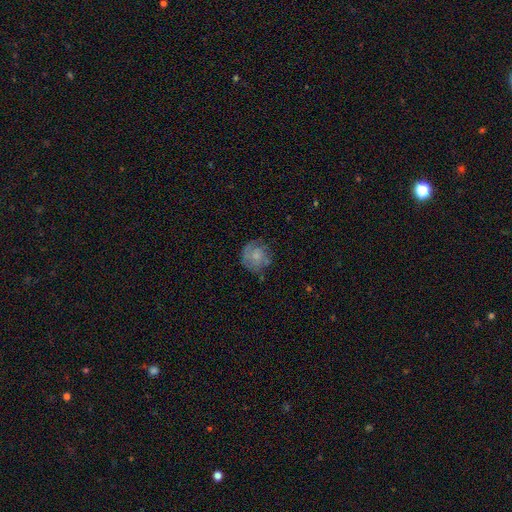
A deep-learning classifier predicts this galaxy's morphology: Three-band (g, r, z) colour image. It shows a smooth galaxy with no disk features (47%). Merging: none (63%).